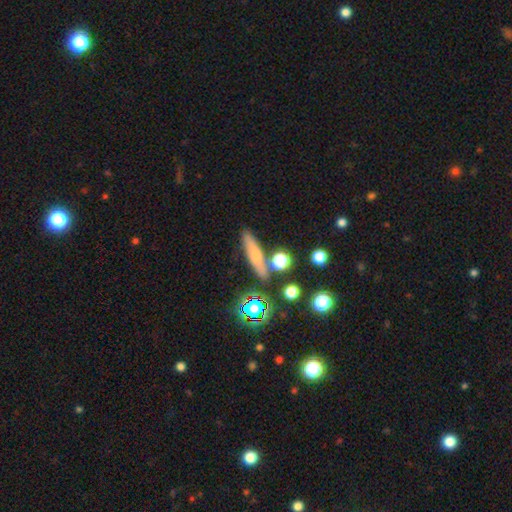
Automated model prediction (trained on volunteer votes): smooth-or-featured: smooth: 57% | featured or disk: 28% | star or artifact: 15%
  how-rounded: cigar-shaped: 69% | in between: 21% | round: 10%
  merging: none: 78% | minor disturbance: 10% | merger: 9% | major disturbance: 3%